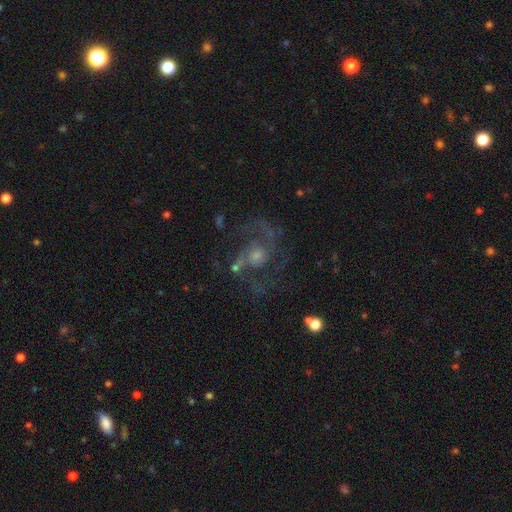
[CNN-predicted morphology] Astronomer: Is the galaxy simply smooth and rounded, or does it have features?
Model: featured or disk — 83%.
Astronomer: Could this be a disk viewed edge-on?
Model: no — 98%.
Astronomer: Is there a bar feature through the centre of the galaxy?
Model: no — 71%.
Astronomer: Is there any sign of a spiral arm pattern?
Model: yes — 94%.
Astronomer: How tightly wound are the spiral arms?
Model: medium — 56%.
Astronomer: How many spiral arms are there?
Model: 2 — 67%.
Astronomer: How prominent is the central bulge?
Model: moderate — 44%, tied with small at 44%.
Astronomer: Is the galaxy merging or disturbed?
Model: none — 62%.